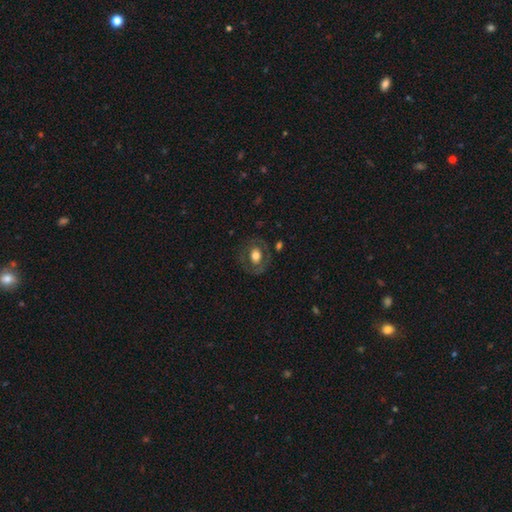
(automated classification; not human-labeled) smooth 52%, featured or disk 40%, star or artifact 8%. Down the decision tree: how rounded — round (55%); merging — none (76%).